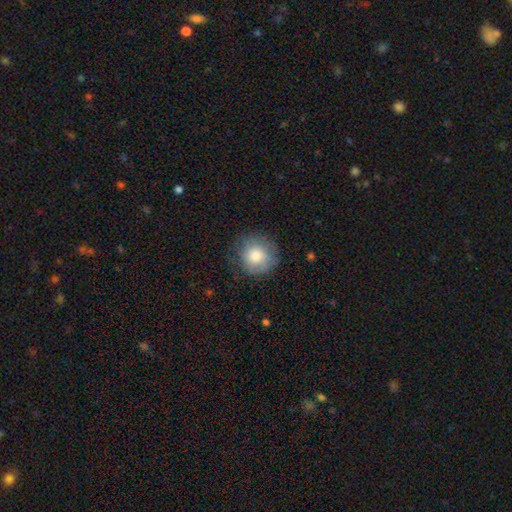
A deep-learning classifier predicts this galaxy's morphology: Q: Smooth or featured?
A: smooth (81%); runner-up: featured or disk (11%)
Q: How rounded?
A: round (93%); runner-up: in between (6%)
Q: Merging?
A: none (80%); runner-up: minor disturbance (14%)